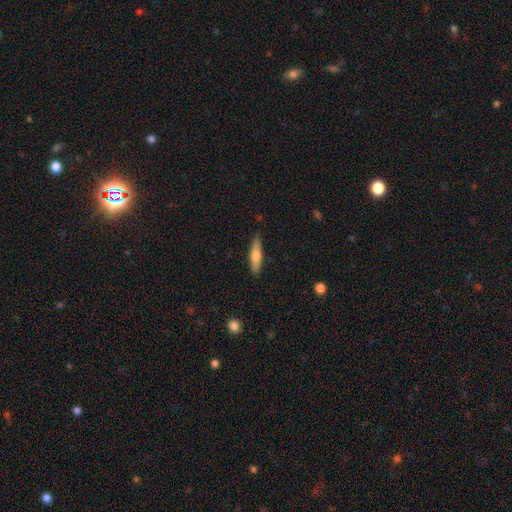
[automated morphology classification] smooth-or-featured: smooth: 62% | featured or disk: 32% | star or artifact: 6%
  how-rounded: cigar-shaped: 78% | in between: 21% | round: 2%
  merging: none: 88% | minor disturbance: 9% | major disturbance: 2% | merger: 1%